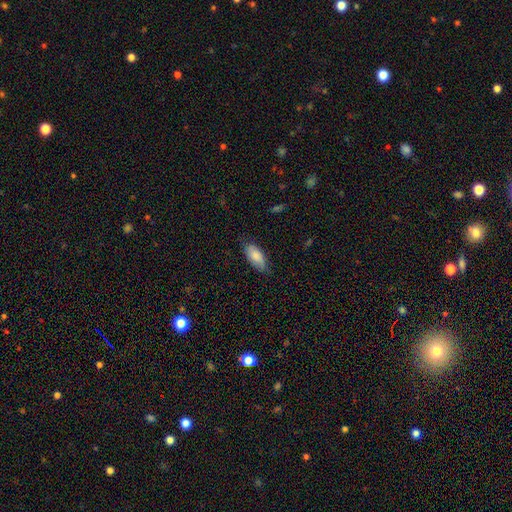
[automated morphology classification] smooth-or-featured: smooth: 82% | featured or disk: 12% | star or artifact: 6%
  how-rounded: in between: 87% | cigar-shaped: 11% | round: 2%
  merging: none: 71% | minor disturbance: 24% | major disturbance: 4% | merger: 1%